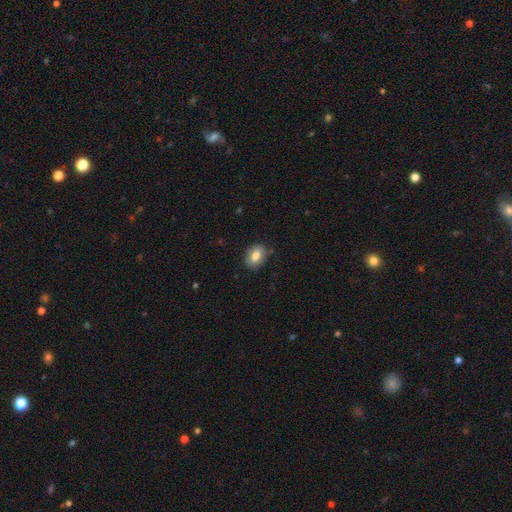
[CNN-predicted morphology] smooth_or_featured: smooth (p=0.81) [alt: featured or disk p=0.11]
how_rounded: in between (p=0.74) [alt: round p=0.25]
merging: none (p=0.83) [alt: minor disturbance p=0.13]